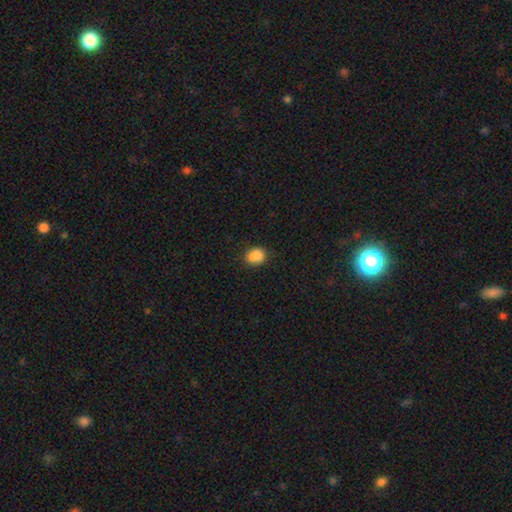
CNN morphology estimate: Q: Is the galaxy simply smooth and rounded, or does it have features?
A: smooth — 87%.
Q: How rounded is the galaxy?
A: round — 51%.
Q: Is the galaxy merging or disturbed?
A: none — 78%.